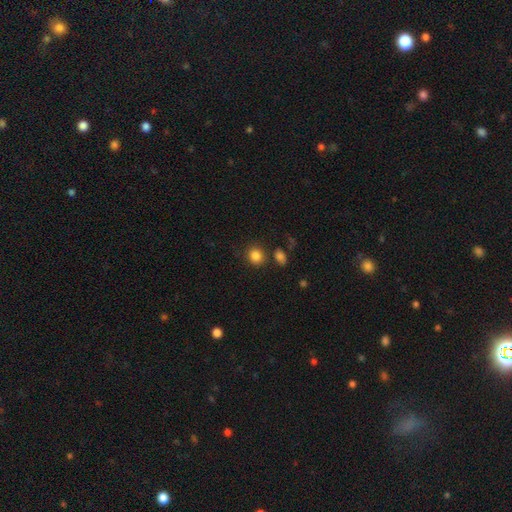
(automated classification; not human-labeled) smooth 84%, star or artifact 10%, featured or disk 5%. Down the decision tree: how rounded — round (79%); merging — none (78%).